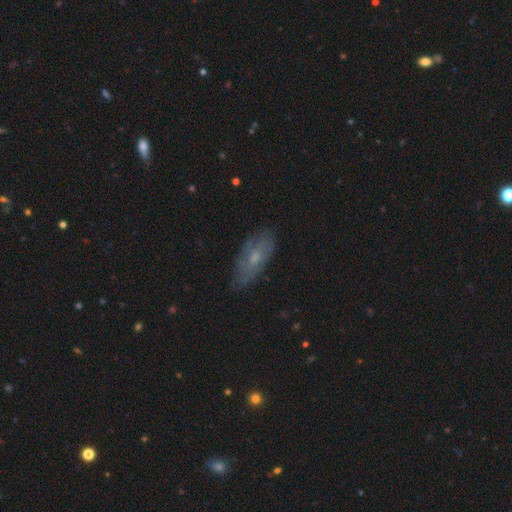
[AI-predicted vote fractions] Morphology: type=featured or disk (52%); edge-on=no (85%); merging=none (73%).